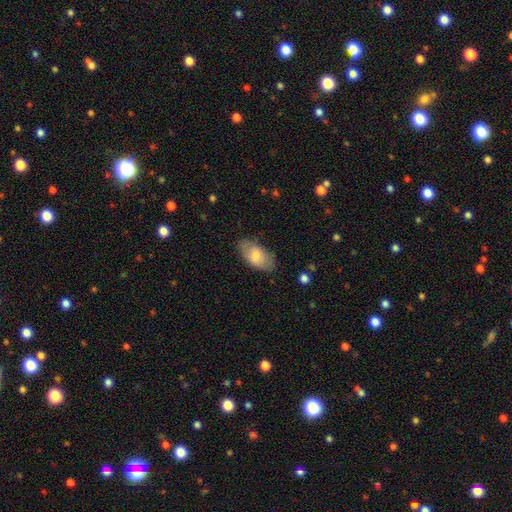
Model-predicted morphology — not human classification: Smooth or featured: smooth — 74% (featured or disk — 20%)
How rounded: in between — 93% (round — 4%)
Merging: none — 74% (minor disturbance — 19%)